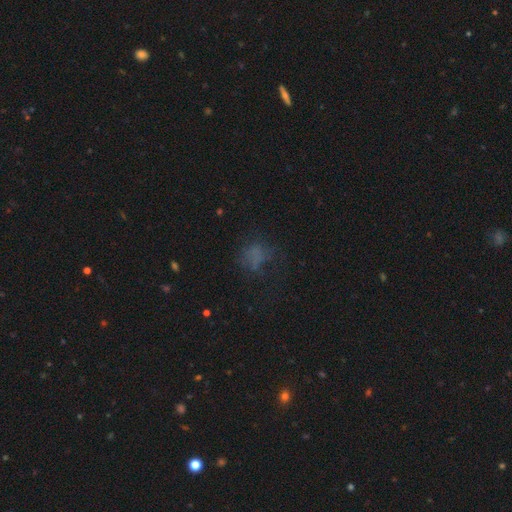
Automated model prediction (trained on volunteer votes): Q: Smooth or featured?
A: smooth (51%); runner-up: star or artifact (26%)
Q: How rounded?
A: round (53%); runner-up: in between (45%)
Q: Merging?
A: none (50%); runner-up: major disturbance (27%)